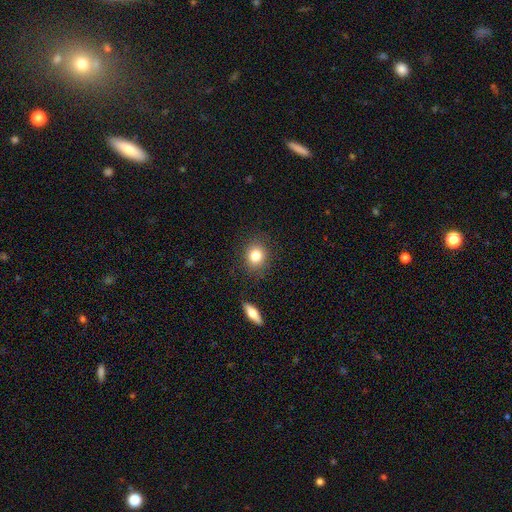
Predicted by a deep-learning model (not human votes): Smooth or featured: smooth — 80% (star or artifact — 10%)
How rounded: round — 73% (in between — 25%)
Merging: none — 86% (minor disturbance — 9%)